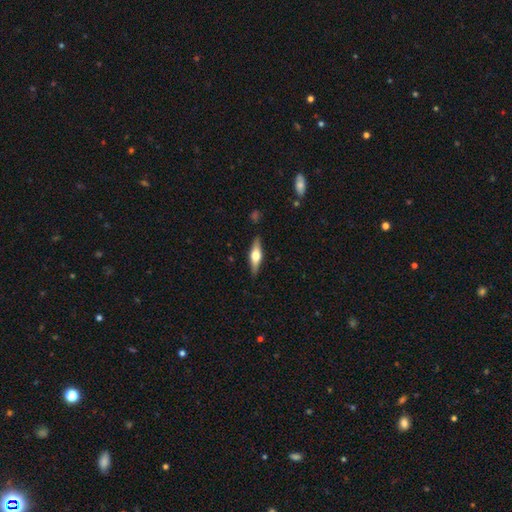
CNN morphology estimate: Smooth or featured: featured or disk — 60% (smooth — 35%)
Edge-on disk: yes — 95% (no — 5%)
Edge-on bulge: rounded — 94% (boxy — 5%)
Merging: none — 88% (minor disturbance — 9%)